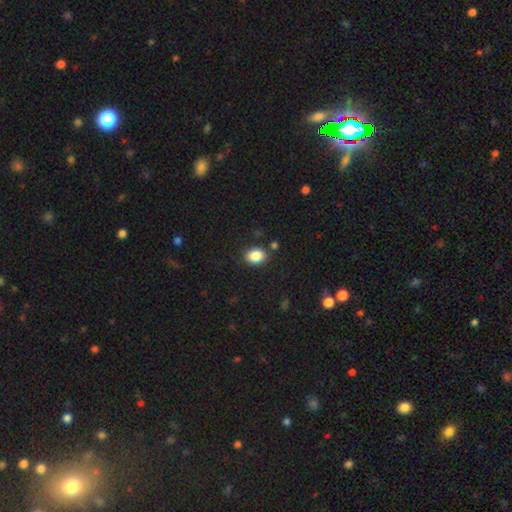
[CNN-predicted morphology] Smooth or featured? smooth (86%)
How rounded? in between (62%)
Merging? none (85%)